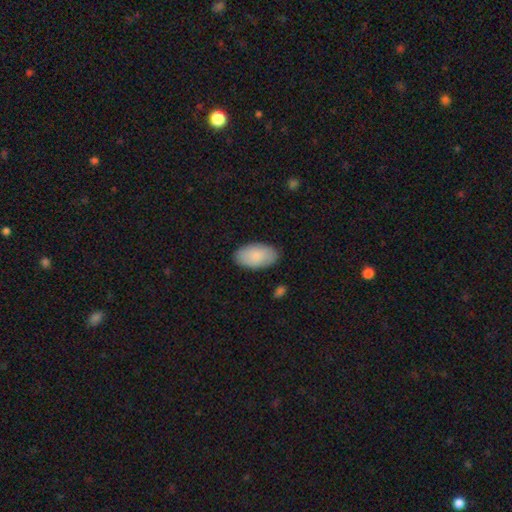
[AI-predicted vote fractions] Smooth or featured?
  - smooth: 87% *
  - featured or disk: 8%
  - star or artifact: 5%
How rounded?
  - in between: 96% *
  - round: 3%
  - cigar-shaped: 2%
Merging?
  - none: 87% *
  - minor disturbance: 9%
  - major disturbance: 2%
  - merger: 1%